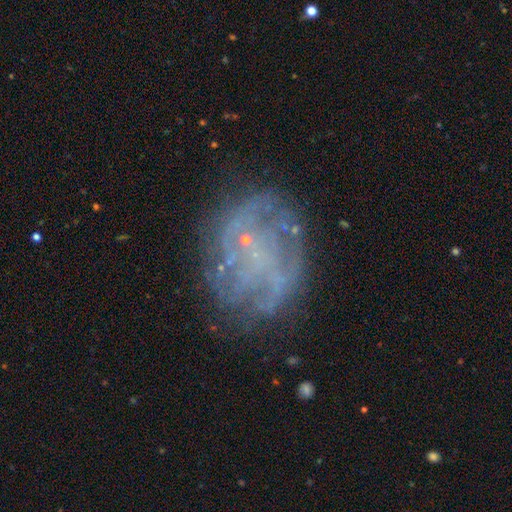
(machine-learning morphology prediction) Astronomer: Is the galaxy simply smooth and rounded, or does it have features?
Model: featured or disk — 70%.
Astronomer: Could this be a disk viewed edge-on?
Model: no — 98%.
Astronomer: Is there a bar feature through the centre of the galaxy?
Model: no — 76%.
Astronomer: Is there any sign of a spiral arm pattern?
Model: yes — 67%.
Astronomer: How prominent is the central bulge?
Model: small — 58% (runner-up: none, 35%).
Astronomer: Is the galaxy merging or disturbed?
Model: none — 68%.